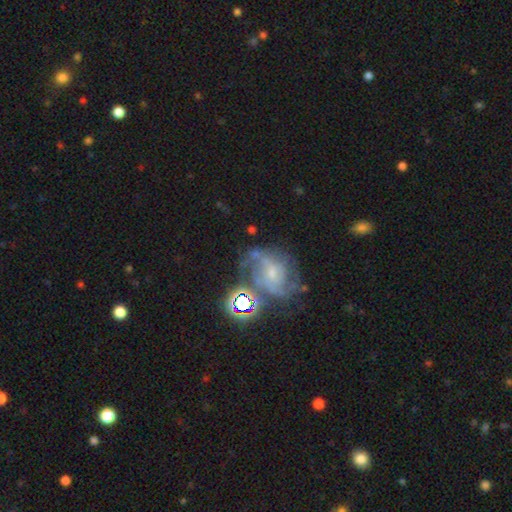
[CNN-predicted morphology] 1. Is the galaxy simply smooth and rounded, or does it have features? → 68% featured or disk, 20% star or artifact, 12% smooth.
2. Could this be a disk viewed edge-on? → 97% no, 3% yes.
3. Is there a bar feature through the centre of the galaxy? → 53% no, 37% weak, 10% strong.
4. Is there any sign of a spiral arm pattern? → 89% yes, 11% no.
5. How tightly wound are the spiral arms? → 46% medium, 38% tight, 16% loose.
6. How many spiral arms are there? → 34% can't tell, 27% 2, 20% 3, 7% 4, 6% 1, 5% more than 4.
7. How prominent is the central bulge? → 63% small, 26% moderate, 8% none, 2% large, 1% dominant.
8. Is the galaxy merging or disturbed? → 52% none, 20% minor disturbance, 18% major disturbance, 10% merger.